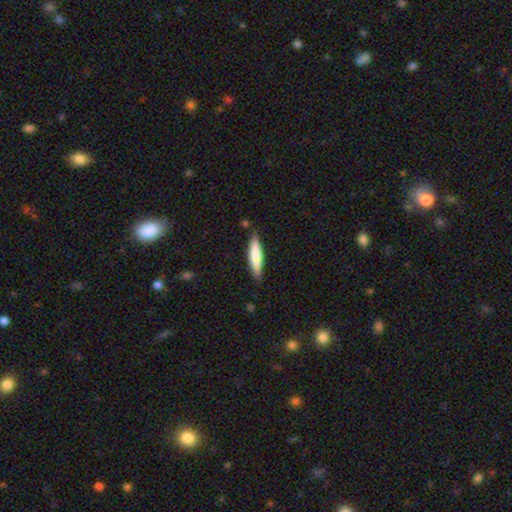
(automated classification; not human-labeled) Overall: smooth (71%). How rounded: cigar-shaped (79%). Merging: none (84%).